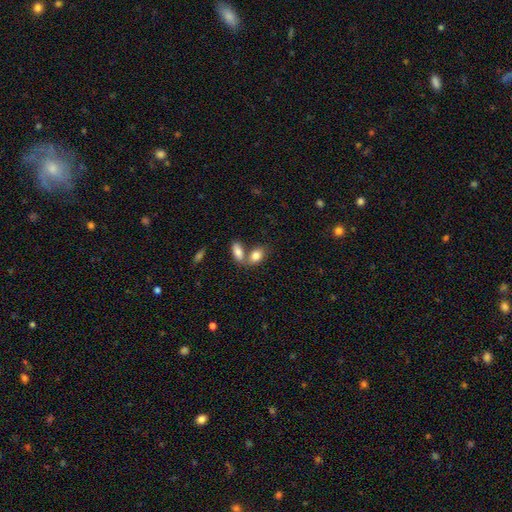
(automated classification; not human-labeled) Smooth or featured? Predicted: smooth (p=0.83). How rounded? Predicted: in between (p=0.85). Merging? Predicted: merger (p=0.46).